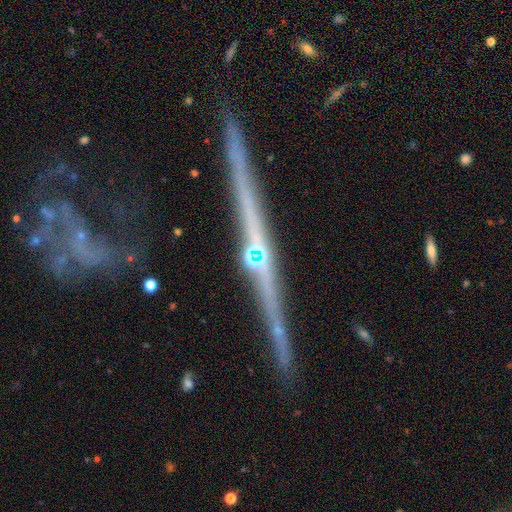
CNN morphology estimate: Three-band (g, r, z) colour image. It shows a featured or disk galaxy (59%) viewed edge-on (89%) with a rounded central bulge (71%). Merging: none (86%).